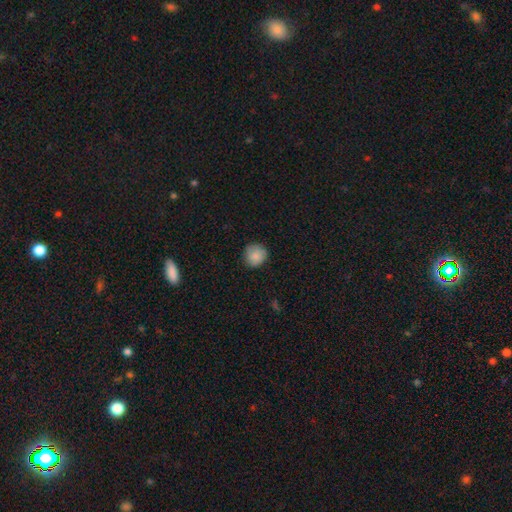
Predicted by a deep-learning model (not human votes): Smooth or featured?
  - smooth: 85% *
  - star or artifact: 8%
  - featured or disk: 6%
How rounded?
  - round: 91% *
  - in between: 8%
  - cigar-shaped: 1%
Merging?
  - none: 83% *
  - minor disturbance: 14%
  - major disturbance: 3%
  - merger: 1%